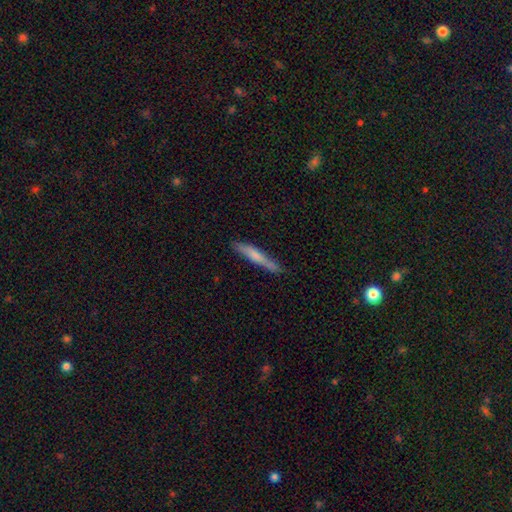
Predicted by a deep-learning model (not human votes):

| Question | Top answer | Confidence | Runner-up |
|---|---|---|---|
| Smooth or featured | smooth | 63% | featured or disk (32%) |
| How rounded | cigar-shaped | 93% | in between (5%) |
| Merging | none | 80% | minor disturbance (15%) |